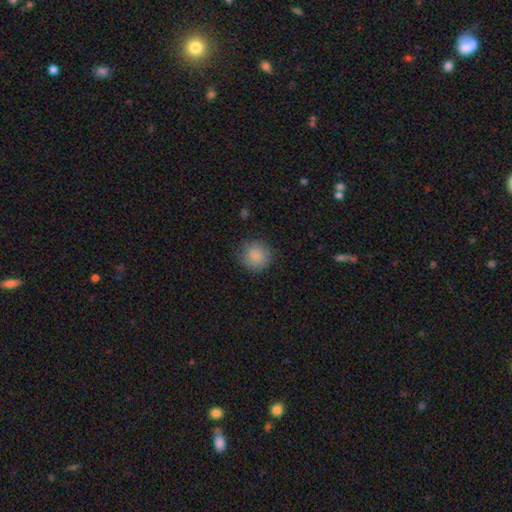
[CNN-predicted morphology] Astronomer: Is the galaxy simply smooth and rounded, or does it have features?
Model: smooth — 87%.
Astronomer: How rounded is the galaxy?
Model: round — 93%.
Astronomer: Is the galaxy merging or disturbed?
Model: none — 83%.